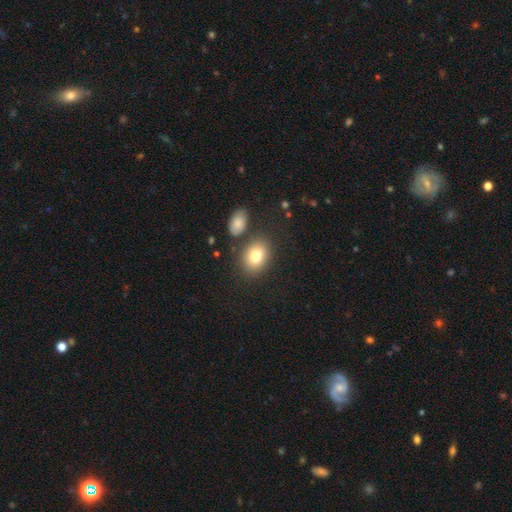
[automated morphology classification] Smooth or featured: smooth — 78% (featured or disk — 12%)
How rounded: in between — 65% (round — 33%)
Merging: none — 77% (minor disturbance — 11%)